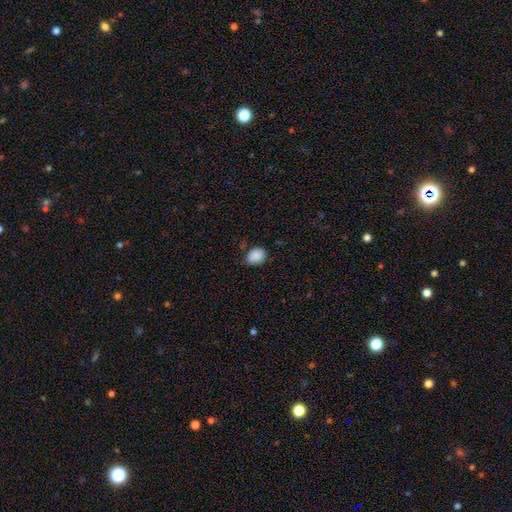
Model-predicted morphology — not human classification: Smooth or featured? Predicted: smooth (p=0.88). How rounded? Predicted: in between (p=0.52). Merging? Predicted: none (p=0.69).